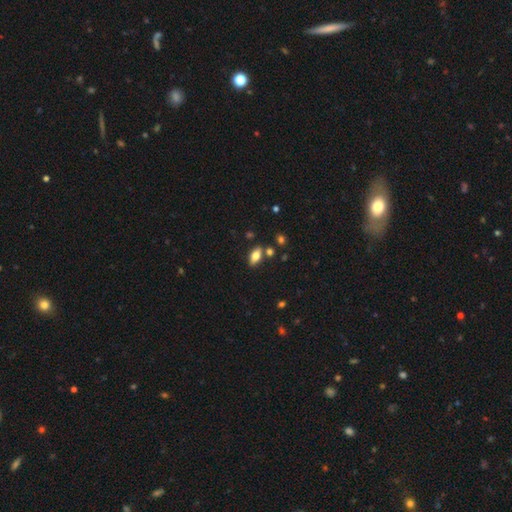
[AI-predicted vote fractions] Smooth or featured? Predicted: smooth (p=0.72). How rounded? Predicted: in between (p=0.86). Merging? Predicted: none (p=0.78).